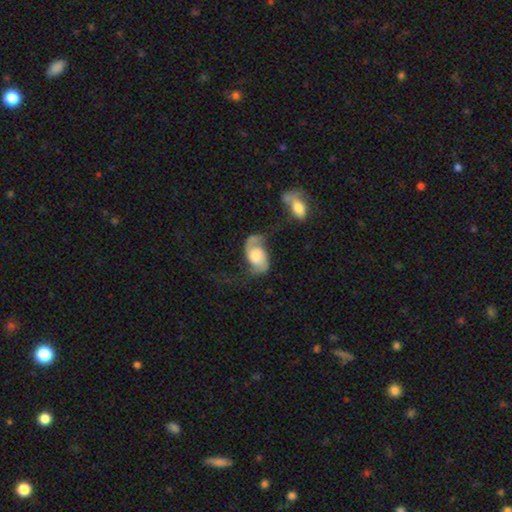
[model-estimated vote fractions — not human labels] This appears to be a featured or disk galaxy (75%) with no bar (64%), 2 (82%) loose (51%) spiral arms (93%) and a moderate central bulge (43%). Merging: none (37%).